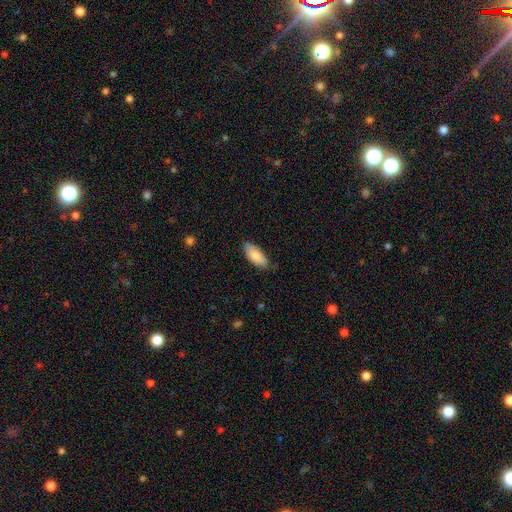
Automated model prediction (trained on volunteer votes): This is clearly a smooth galaxy (86%). How rounded: clearly in between (82%). Merging: likely none (79%).